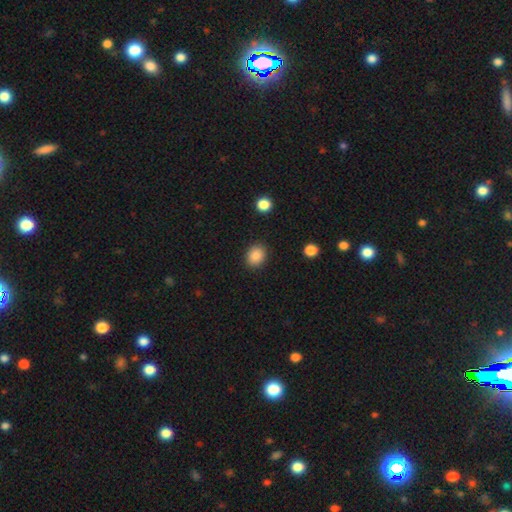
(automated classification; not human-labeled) smooth_or_featured: smooth (p=0.88) [alt: star or artifact p=0.09]
how_rounded: round (p=0.61) [alt: in between p=0.38]
merging: none (p=0.89) [alt: minor disturbance p=0.07]